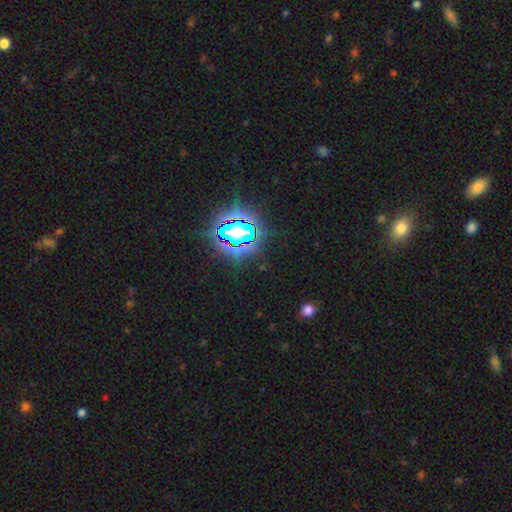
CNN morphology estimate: A star or artifact, not a galaxy (79%).

Vote fractions:
- Smooth or featured? star or artifact: 79% / smooth: 13% / featured or disk: 8%